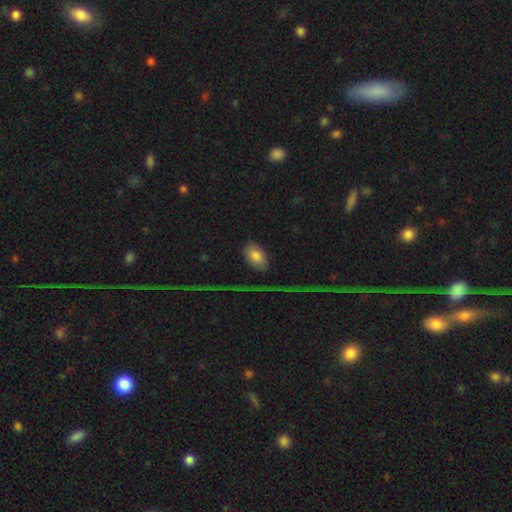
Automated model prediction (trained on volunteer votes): The model was most divided on "merging": none: 77%, minor disturbance: 15%, major disturbance: 6%, merger: 2%. More confident: how rounded — in between (89%); smooth or featured — smooth (79%).